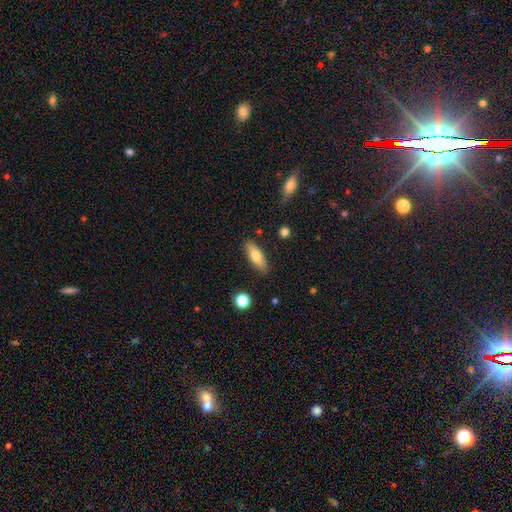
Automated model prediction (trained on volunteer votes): Smooth or featured? smooth (70%)
How rounded? in between (66%)
Merging? none (87%)